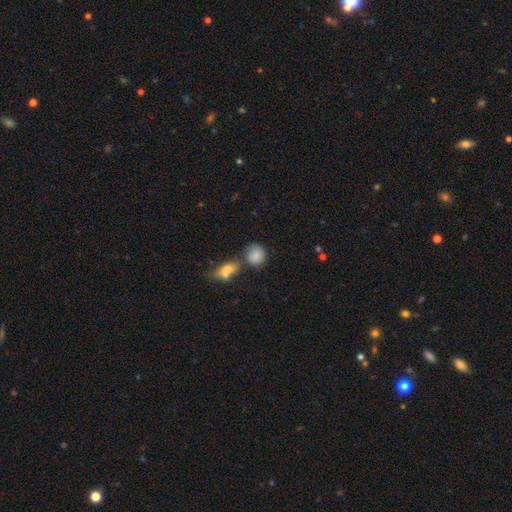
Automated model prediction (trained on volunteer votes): Overall: smooth (84%). How rounded: round (75%). Merging: none (56%; merger 26%).